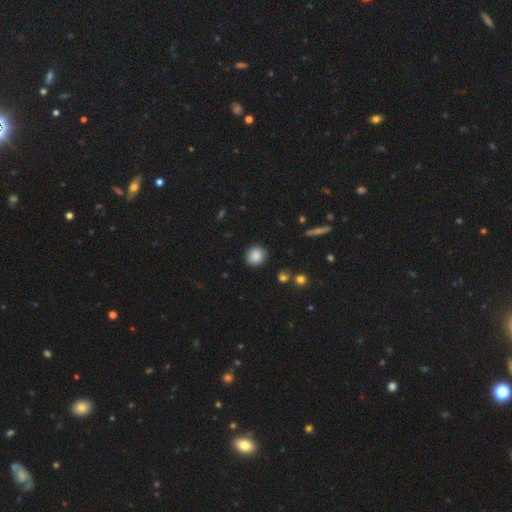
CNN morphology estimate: This is clearly a smooth galaxy (87%). How rounded: clearly round (85%). Merging: clearly none (89%).